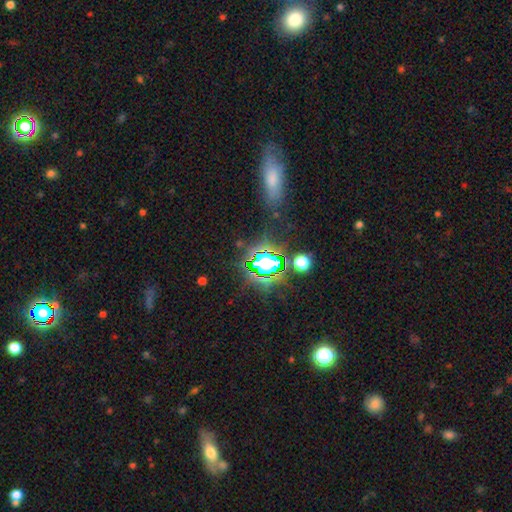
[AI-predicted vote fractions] Smooth or featured? star or artifact (69%)